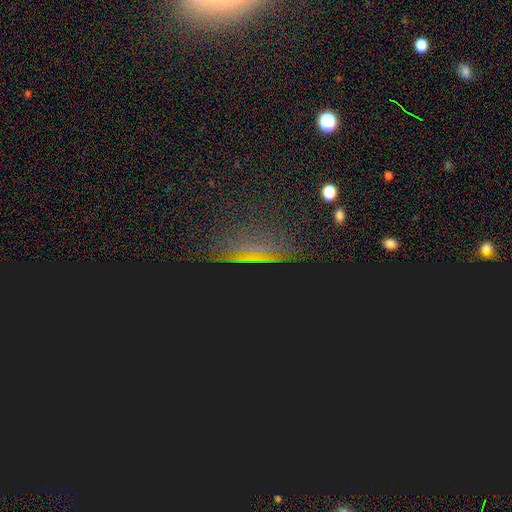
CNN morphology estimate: smooth_or_featured: star or artifact (p=0.55) [alt: smooth p=0.31]